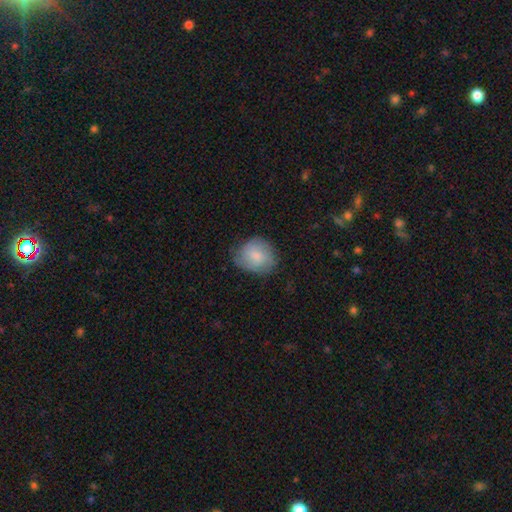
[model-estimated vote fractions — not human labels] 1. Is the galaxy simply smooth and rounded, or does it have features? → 71% smooth, 22% featured or disk, 7% star or artifact.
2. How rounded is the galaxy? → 71% round, 28% in between, 1% cigar-shaped.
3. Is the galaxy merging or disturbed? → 66% none, 27% minor disturbance, 6% major disturbance, 1% merger.